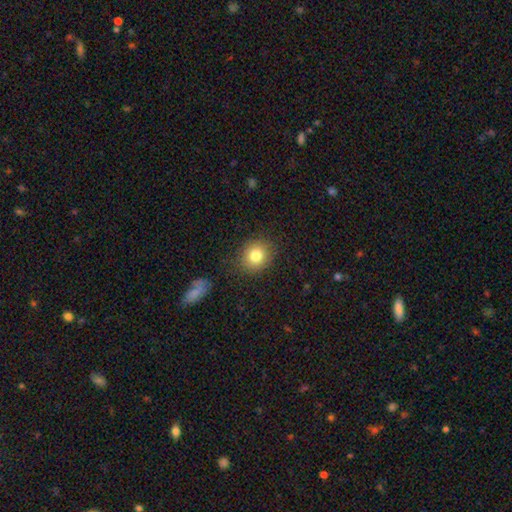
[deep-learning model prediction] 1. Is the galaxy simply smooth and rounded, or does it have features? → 81% smooth, 11% star or artifact, 8% featured or disk.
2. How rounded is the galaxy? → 76% round, 24% in between, 1% cigar-shaped.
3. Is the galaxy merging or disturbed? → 85% none, 10% minor disturbance, 3% major disturbance, 2% merger.